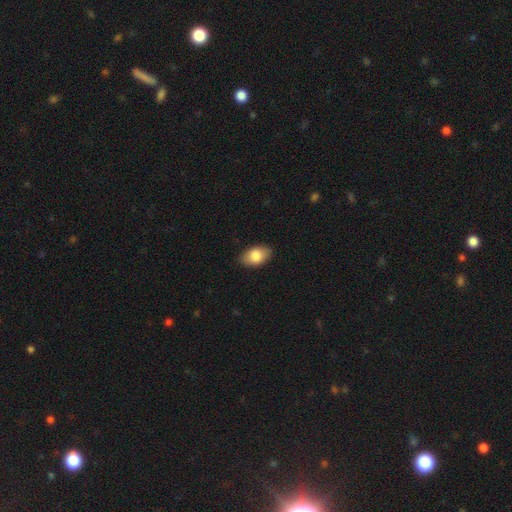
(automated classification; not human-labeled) Smooth or featured? smooth (82%)
How rounded? in between (91%)
Merging? none (86%)